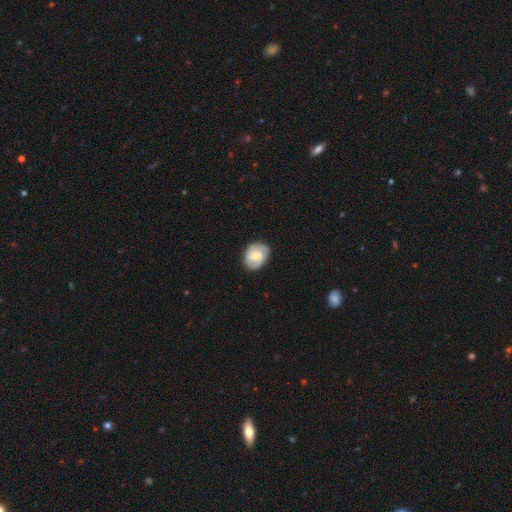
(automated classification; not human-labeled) Smooth or featured? Predicted: featured or disk (p=0.61). Edge-on disk? Predicted: no (p=0.98). Bar? Predicted: weak (p=0.48). Spiral arms? Predicted: yes (p=0.89). Spiral winding? Predicted: tight (p=0.46). Spiral arm count? Predicted: 2 (p=0.56). Bulge size? Predicted: moderate (p=0.47). Merging? Predicted: none (p=0.80).